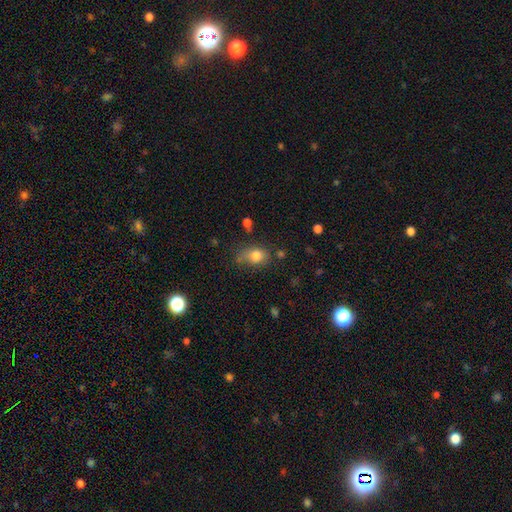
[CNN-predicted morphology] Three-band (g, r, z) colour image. It shows a smooth galaxy with no disk features (79%) that is in between round and cigar-shaped (57%). Merging: none (56%).